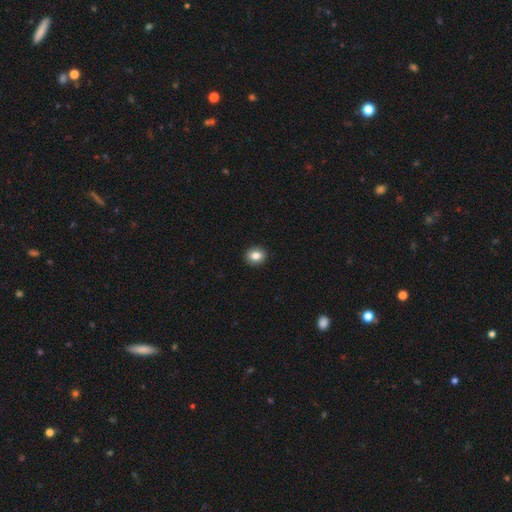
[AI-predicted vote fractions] This is clearly a smooth galaxy (83%). How rounded: likely round (71%). Merging: clearly none (92%).